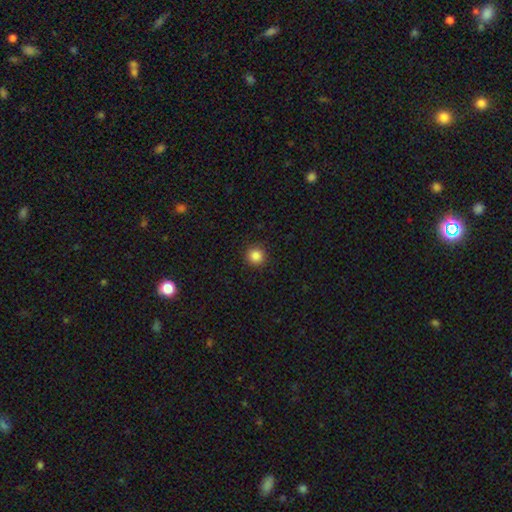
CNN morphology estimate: Q: Smooth or featured?
A: smooth (86%); runner-up: star or artifact (11%)
Q: How rounded?
A: round (95%); runner-up: in between (4%)
Q: Merging?
A: none (92%); runner-up: minor disturbance (5%)